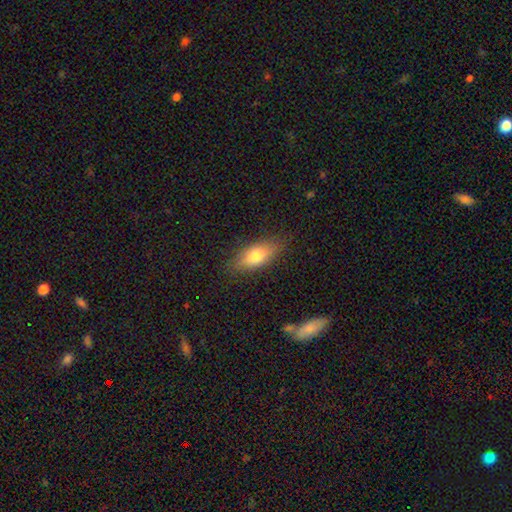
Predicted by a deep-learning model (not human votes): smooth_or_featured: smooth (p=0.75) [alt: featured or disk p=0.18]
how_rounded: in between (p=0.80) [alt: cigar-shaped p=0.16]
merging: none (p=0.82) [alt: minor disturbance p=0.13]